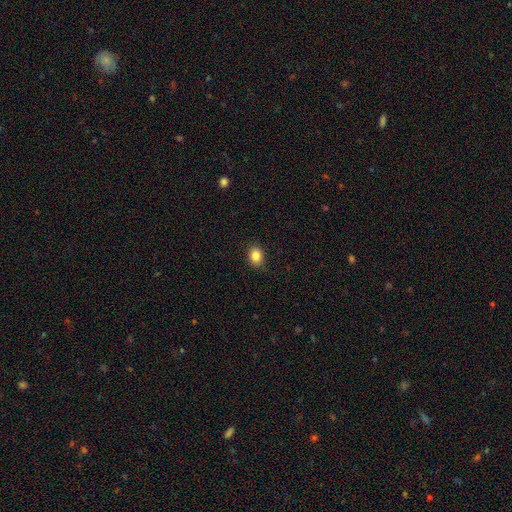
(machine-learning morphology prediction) Q: Smooth or featured?
A: smooth (86%); runner-up: star or artifact (9%)
Q: How rounded?
A: in between (58%); runner-up: round (41%)
Q: Merging?
A: none (87%); runner-up: minor disturbance (10%)